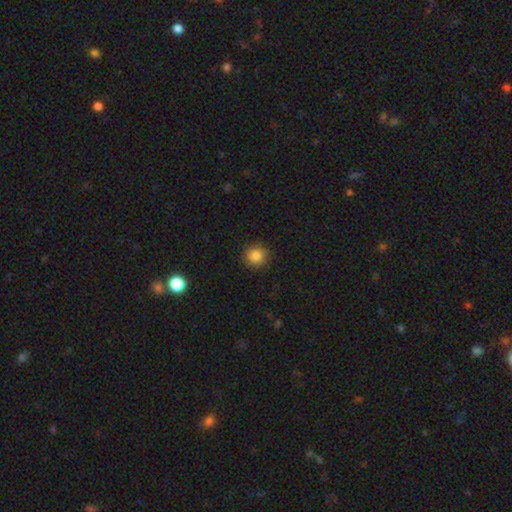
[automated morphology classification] Smooth or featured? Predicted: smooth (p=0.85). How rounded? Predicted: round (p=0.93). Merging? Predicted: none (p=0.90).